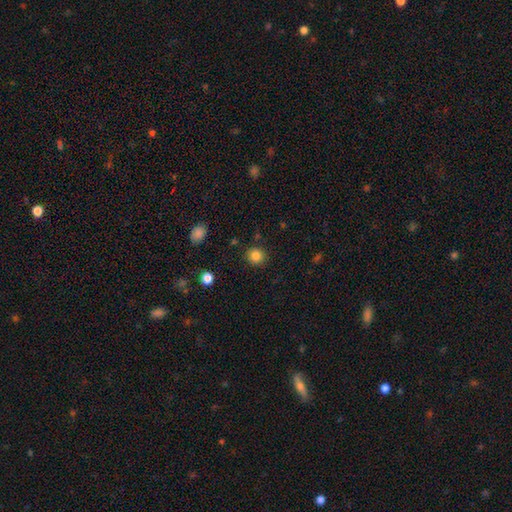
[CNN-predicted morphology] A smooth galaxy with no disk features (83%) that is round (91%). Merging: none (89%).